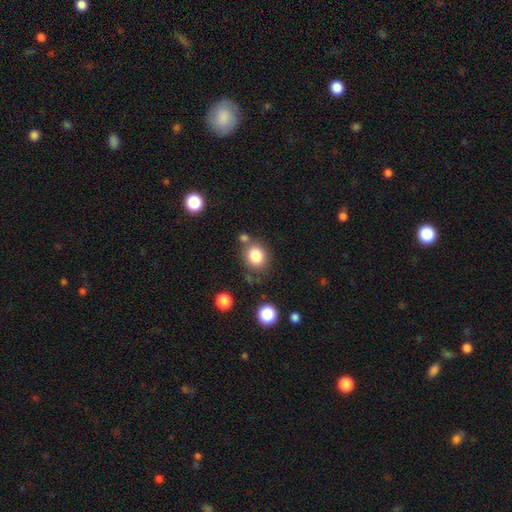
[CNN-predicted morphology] A smooth galaxy with no disk features (83%) that is round (70%). Merging: none (70%).